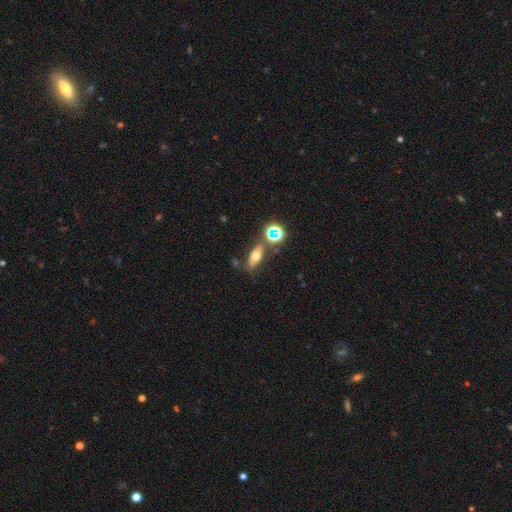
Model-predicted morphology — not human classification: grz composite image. It shows a smooth galaxy with no disk features (55%) that is in between round and cigar-shaped (67%). Merging: none (70%).